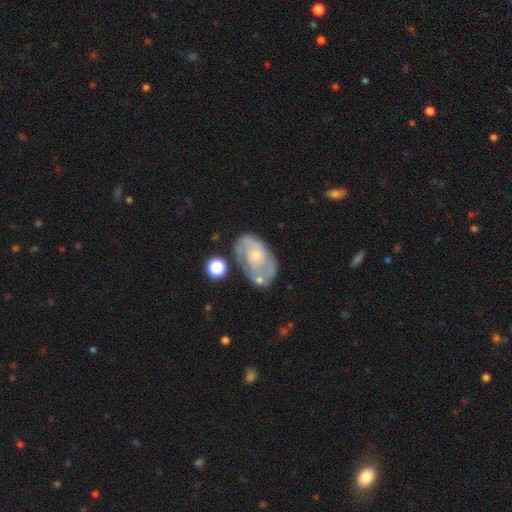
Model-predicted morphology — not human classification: Q: Smooth or featured?
A: featured or disk (74%); runner-up: smooth (19%)
Q: Edge-on disk?
A: no (97%); runner-up: yes (3%)
Q: Bar?
A: no (72%); runner-up: weak (25%)
Q: Spiral arms?
A: yes (86%); runner-up: no (14%)
Q: Spiral winding?
A: tight (43%); runner-up: medium (41%)
Q: Spiral arm count?
A: 2 (58%); runner-up: can't tell (23%)
Q: Bulge size?
A: small (60%); runner-up: moderate (25%)
Q: Merging?
A: none (59%); runner-up: minor disturbance (21%)